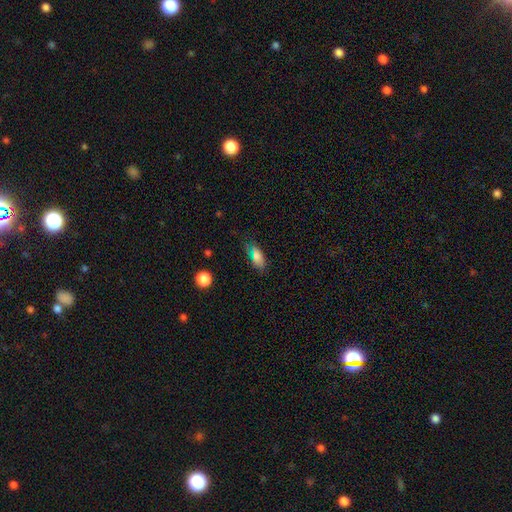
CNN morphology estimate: This appears to be a smooth galaxy with no disk features (77%) that is in between round and cigar-shaped (82%). Merging: none (71%).